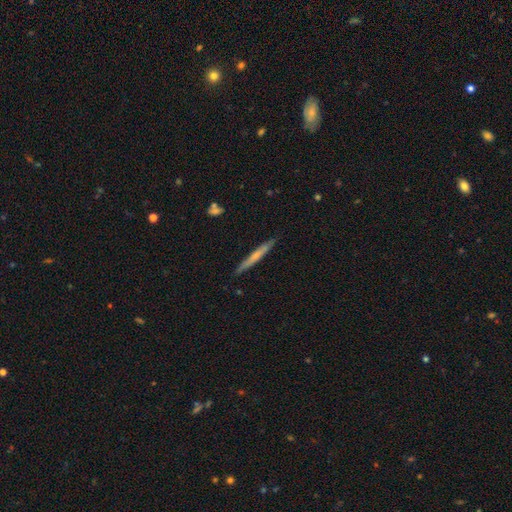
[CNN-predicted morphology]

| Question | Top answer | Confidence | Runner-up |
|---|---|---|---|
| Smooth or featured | smooth | 50% | featured or disk (45%) |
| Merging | none | 89% | minor disturbance (8%) |